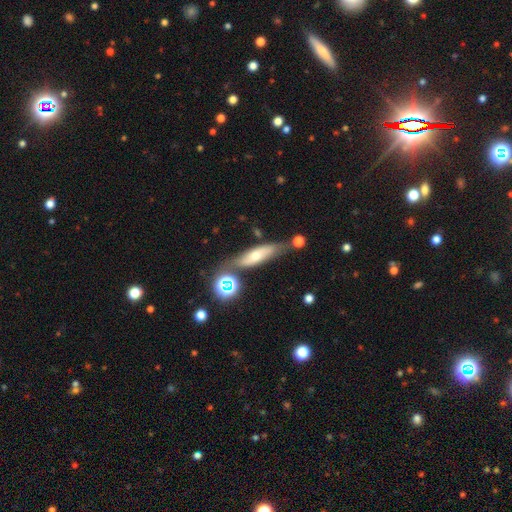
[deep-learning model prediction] This is possibly a featured or disk galaxy (48%). Merging: likely none (70%).